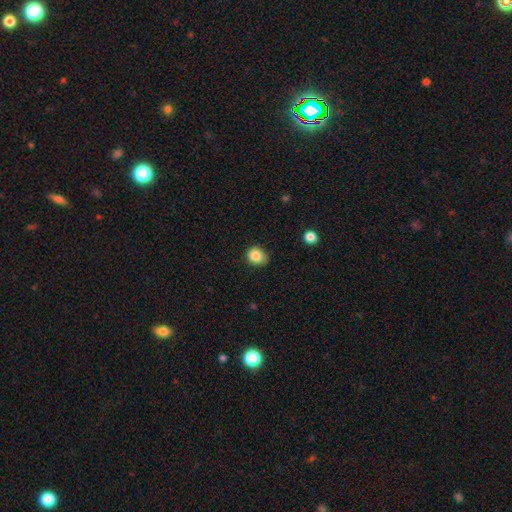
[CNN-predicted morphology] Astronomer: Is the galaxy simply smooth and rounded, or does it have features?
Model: smooth — 85%.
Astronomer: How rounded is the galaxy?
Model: round — 75%.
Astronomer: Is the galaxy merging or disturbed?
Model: none — 74%.